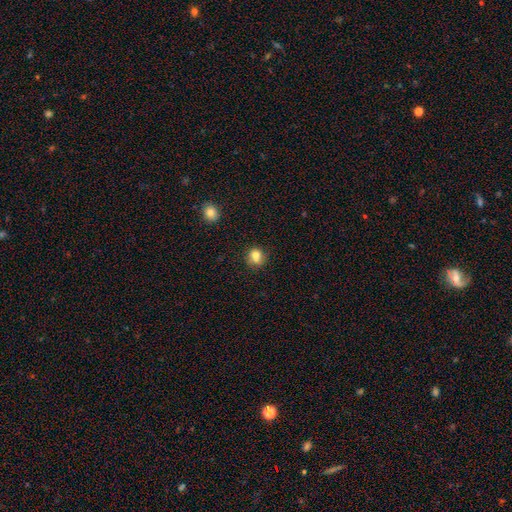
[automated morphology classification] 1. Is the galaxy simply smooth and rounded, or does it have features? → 76% smooth, 12% featured or disk, 12% star or artifact.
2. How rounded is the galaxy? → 74% round, 25% in between, 1% cigar-shaped.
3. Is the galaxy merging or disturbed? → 58% none, 21% merger, 17% minor disturbance, 5% major disturbance.